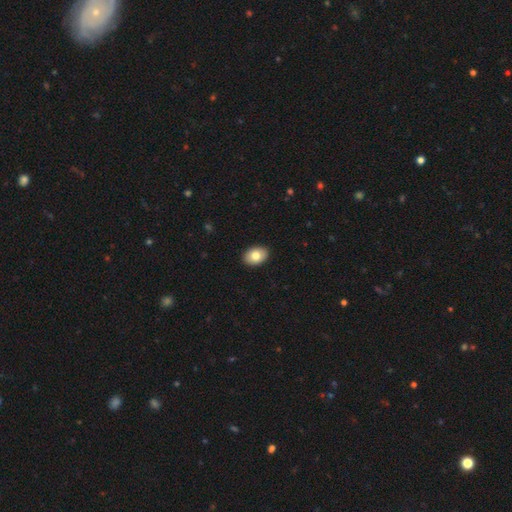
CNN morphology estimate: This appears to be a smooth galaxy with no disk features (80%) that is in between round and cigar-shaped (82%). Merging: none (91%).